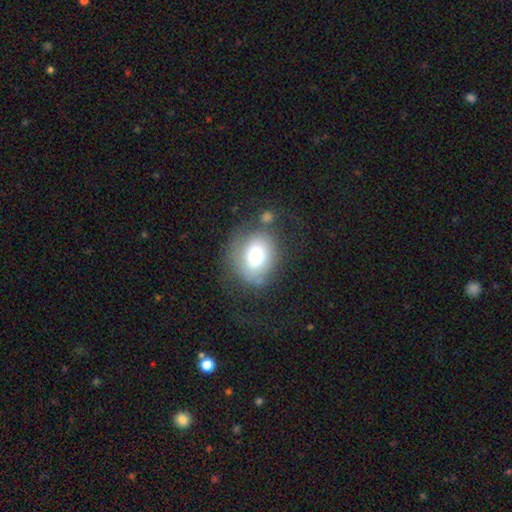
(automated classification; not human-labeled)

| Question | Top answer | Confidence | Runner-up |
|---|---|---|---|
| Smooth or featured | smooth | 65% | featured or disk (26%) |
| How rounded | in between | 58% | round (41%) |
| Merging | none | 51% | minor disturbance (24%) |